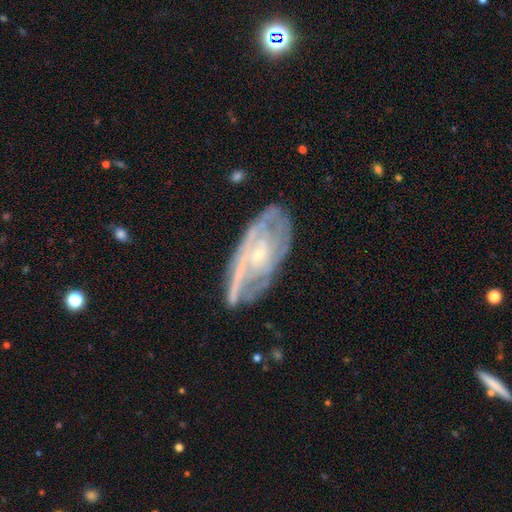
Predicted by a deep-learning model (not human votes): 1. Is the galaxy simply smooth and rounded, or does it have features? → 78% featured or disk, 15% smooth, 7% star or artifact.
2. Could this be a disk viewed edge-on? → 89% no, 11% yes.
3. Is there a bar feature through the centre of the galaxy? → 67% no, 26% weak, 7% strong.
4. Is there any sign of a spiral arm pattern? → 78% yes, 22% no.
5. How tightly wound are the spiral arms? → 52% tight, 34% medium, 14% loose.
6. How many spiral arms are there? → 50% can't tell, 22% 2, 13% 3, 6% 4, 5% 1, 4% more than 4.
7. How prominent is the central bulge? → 72% small, 22% moderate, 4% none, 1% large, 1% dominant.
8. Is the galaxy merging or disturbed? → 64% none, 23% minor disturbance, 10% major disturbance, 3% merger.